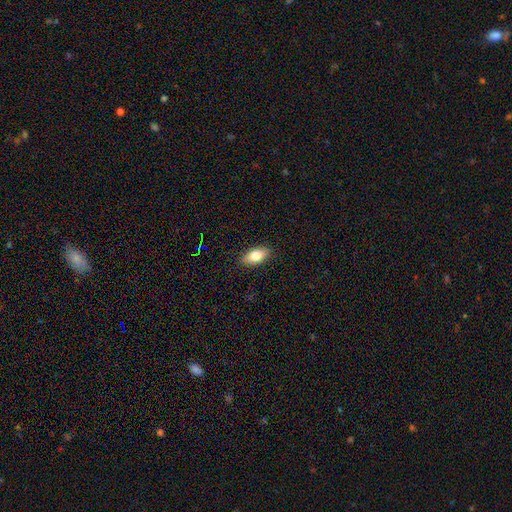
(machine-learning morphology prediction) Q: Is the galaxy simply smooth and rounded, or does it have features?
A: smooth — 79%.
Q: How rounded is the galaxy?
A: in between — 87%.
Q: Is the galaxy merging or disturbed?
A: none — 89%.